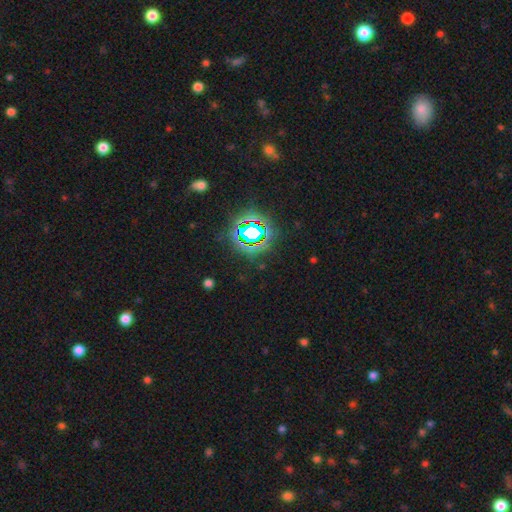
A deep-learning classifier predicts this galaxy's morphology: A star or artifact, not a galaxy (80%).